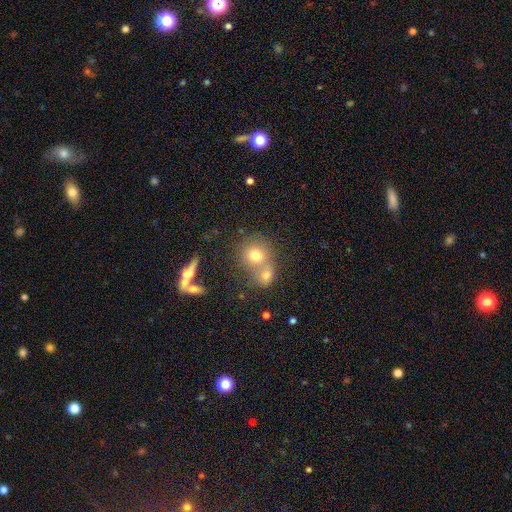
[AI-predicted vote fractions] smooth 72%, featured or disk 16%, star or artifact 12%. Down the decision tree: how rounded — round (78%); merging — merger (48%).